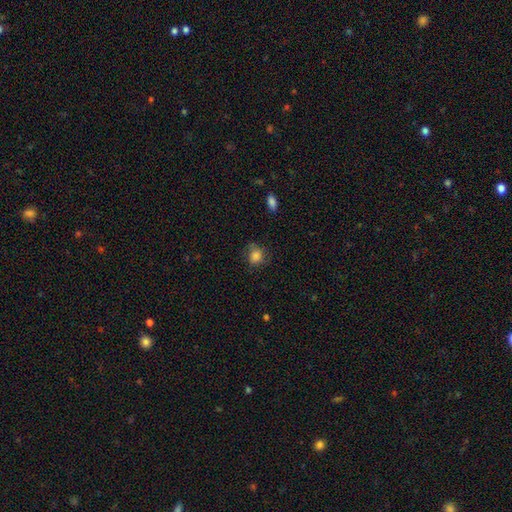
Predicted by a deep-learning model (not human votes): smooth_or_featured: smooth (p=0.81) [alt: star or artifact p=0.10]
how_rounded: round (p=0.72) [alt: in between p=0.27]
merging: none (p=0.64) [alt: minor disturbance p=0.25]